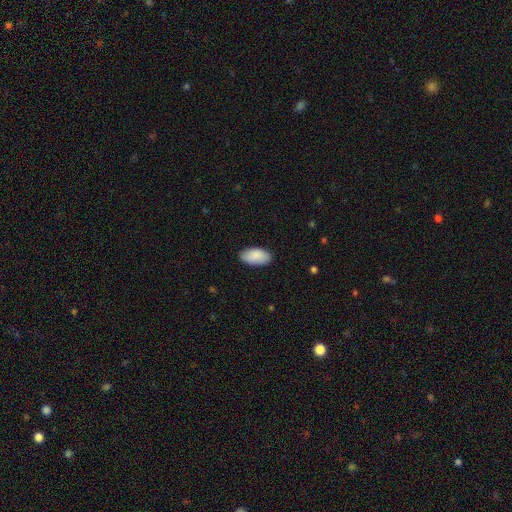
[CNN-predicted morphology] Q: Smooth or featured?
A: smooth (89%); runner-up: star or artifact (6%)
Q: How rounded?
A: in between (95%); runner-up: round (2%)
Q: Merging?
A: none (85%); runner-up: minor disturbance (12%)